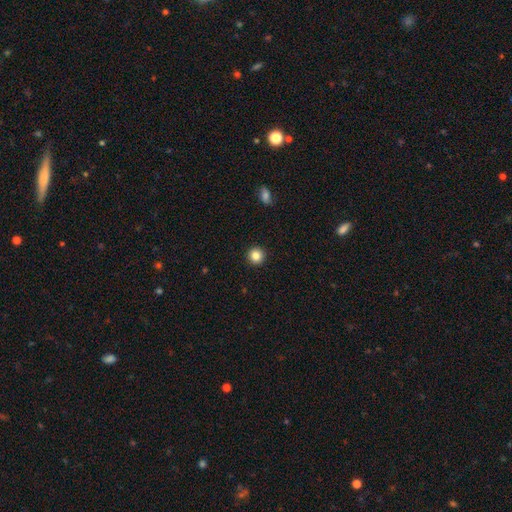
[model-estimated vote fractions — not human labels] smooth_or_featured: smooth (p=0.85) [alt: star or artifact p=0.11]
how_rounded: round (p=0.95) [alt: in between p=0.04]
merging: none (p=0.93) [alt: minor disturbance p=0.04]